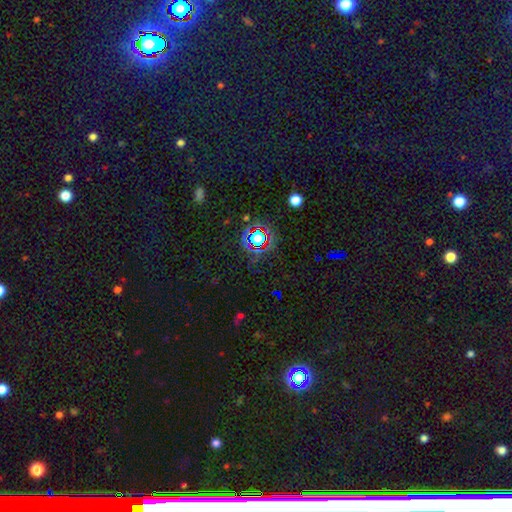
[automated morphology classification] star or artifact 79%, smooth 13%, featured or disk 8%.